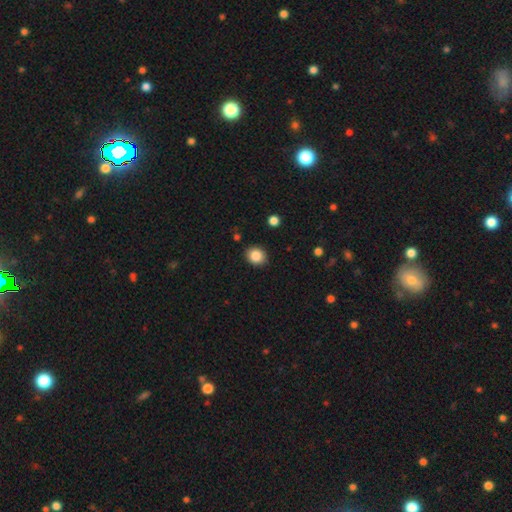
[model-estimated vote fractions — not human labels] smooth_or_featured: smooth (p=0.86) [alt: star or artifact p=0.10]
how_rounded: round (p=0.72) [alt: in between p=0.28]
merging: none (p=0.88) [alt: minor disturbance p=0.08]